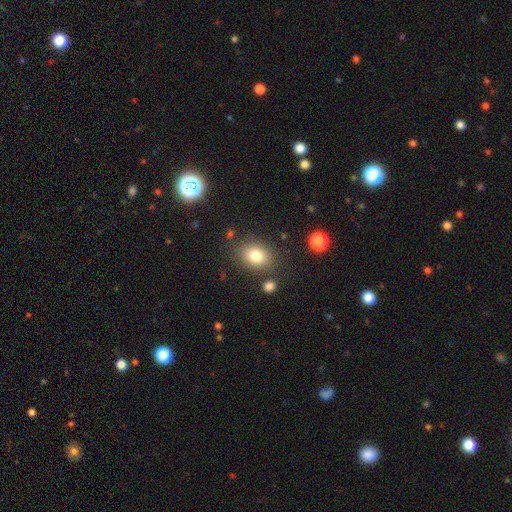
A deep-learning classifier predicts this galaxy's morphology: Smooth or featured? smooth (81%)
How rounded? in between (64%)
Merging? none (80%)